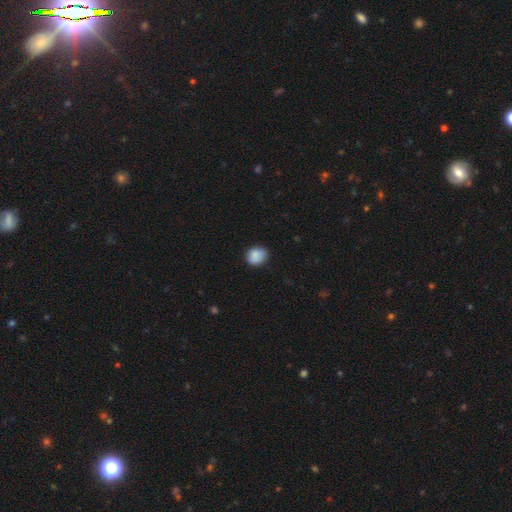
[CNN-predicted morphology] smooth 88%, star or artifact 8%, featured or disk 4%. Down the decision tree: how rounded — round (69%); merging — none (82%).